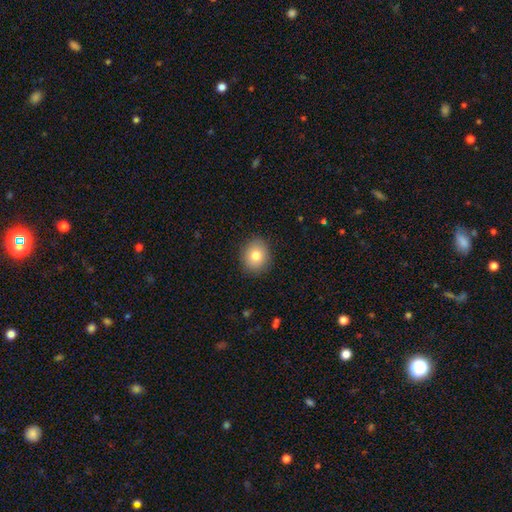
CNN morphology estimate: Smooth or featured?
  - smooth: 80% *
  - featured or disk: 10%
  - star or artifact: 9%
How rounded?
  - round: 68% *
  - in between: 31%
  - cigar-shaped: 1%
Merging?
  - none: 88% *
  - minor disturbance: 8%
  - major disturbance: 2%
  - merger: 1%